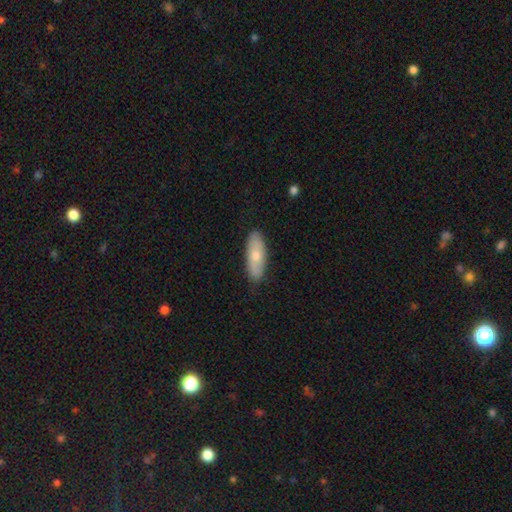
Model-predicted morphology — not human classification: A smooth galaxy with no disk features (68%) that is in between round and cigar-shaped (73%).

Vote fractions:
- Smooth or featured? smooth: 68% / featured or disk: 26% / star or artifact: 6%
- How rounded? in between: 73% / cigar-shaped: 25% / round: 3%
- Merging? none: 86% / minor disturbance: 11% / major disturbance: 2% / merger: 1%